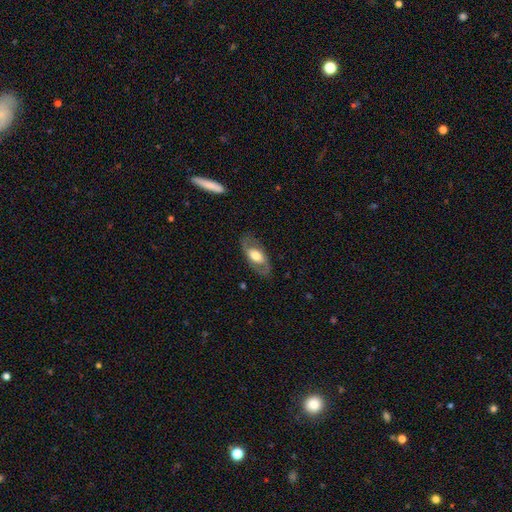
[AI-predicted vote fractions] The model was most divided on "bulge size": moderate: 47%, large: 39%, small: 9%, dominant: 4%, none: 2%. More confident: edge-on disk — no (88%); merging — none (77%); spiral arms — yes (64%); smooth or featured — featured or disk (60%); bar — no (52%).